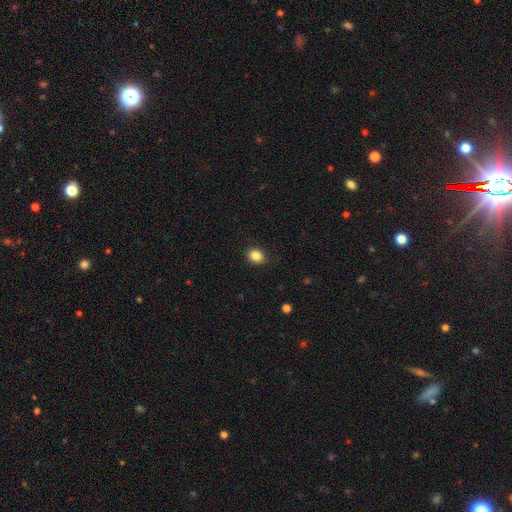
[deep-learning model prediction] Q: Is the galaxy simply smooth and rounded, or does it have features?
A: smooth — 85%.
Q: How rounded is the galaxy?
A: round — 51%.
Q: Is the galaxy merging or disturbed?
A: none — 87%.